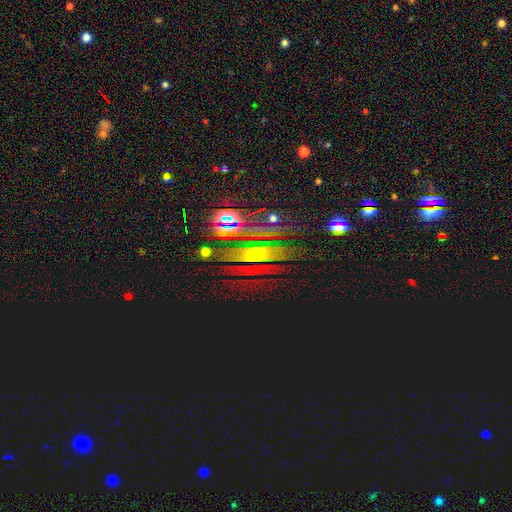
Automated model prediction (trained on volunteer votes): A star or artifact, not a galaxy (43%).

Vote fractions:
- Smooth or featured? star or artifact: 43% / featured or disk: 39% / smooth: 18%